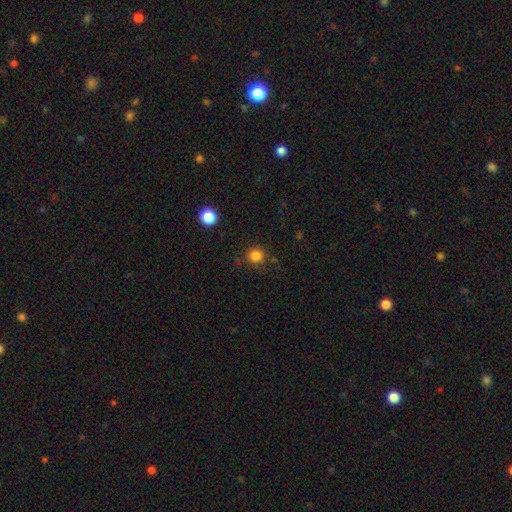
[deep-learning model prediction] A smooth galaxy with no disk features (83%) that is round (94%). Merging: none (84%).